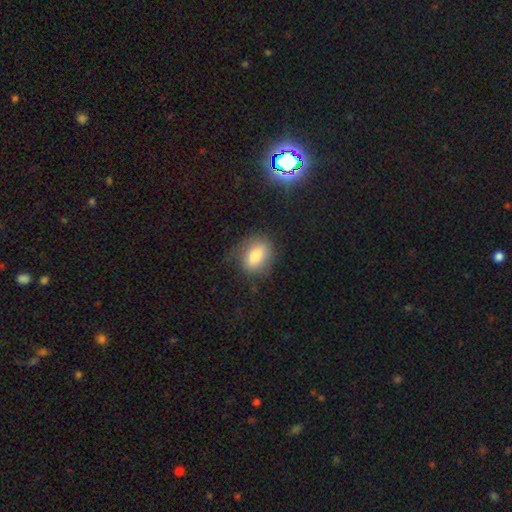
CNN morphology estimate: smooth-or-featured: smooth: 78% | featured or disk: 14% | star or artifact: 8%
  how-rounded: in between: 75% | round: 23% | cigar-shaped: 2%
  merging: none: 60% | minor disturbance: 25% | major disturbance: 13% | merger: 2%